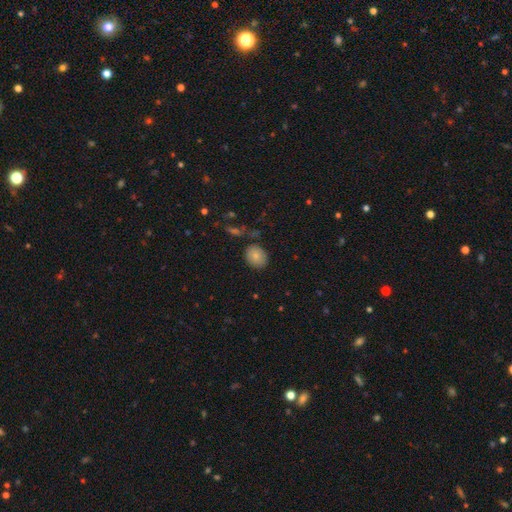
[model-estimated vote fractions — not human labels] smooth-or-featured: smooth: 80% | featured or disk: 11% | star or artifact: 9%
  how-rounded: round: 55% | in between: 44% | cigar-shaped: 1%
  merging: none: 81% | minor disturbance: 12% | merger: 3% | major disturbance: 3%